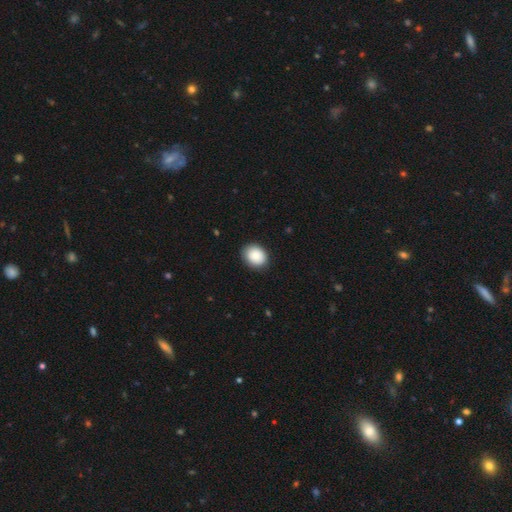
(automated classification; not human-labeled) The model was most divided on "how rounded": round: 57%, in between: 42%, cigar-shaped: 1%. More confident: smooth or featured — smooth (89%); merging — none (86%).